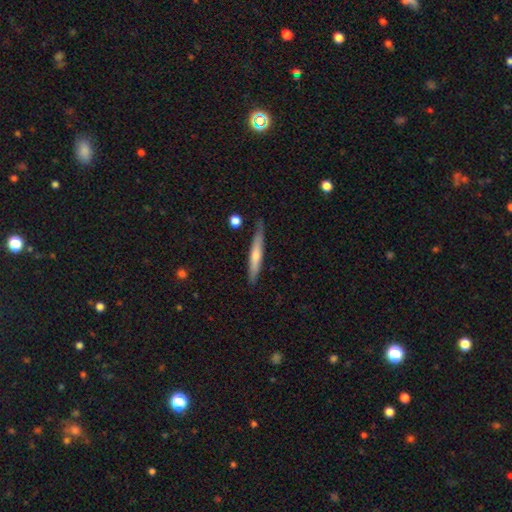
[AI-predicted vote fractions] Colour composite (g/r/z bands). It shows a smooth galaxy with no disk features (52%) that is cigar-shaped (93%). Merging: none (79%).